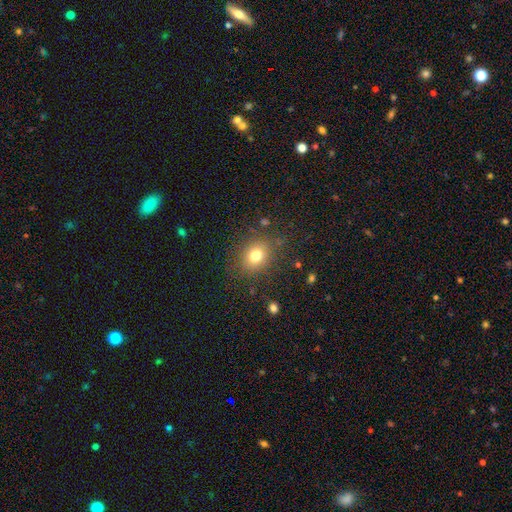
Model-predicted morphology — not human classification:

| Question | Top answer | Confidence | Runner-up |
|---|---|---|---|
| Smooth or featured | smooth | 78% | star or artifact (13%) |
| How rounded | round | 64% | in between (35%) |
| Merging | none | 84% | minor disturbance (10%) |